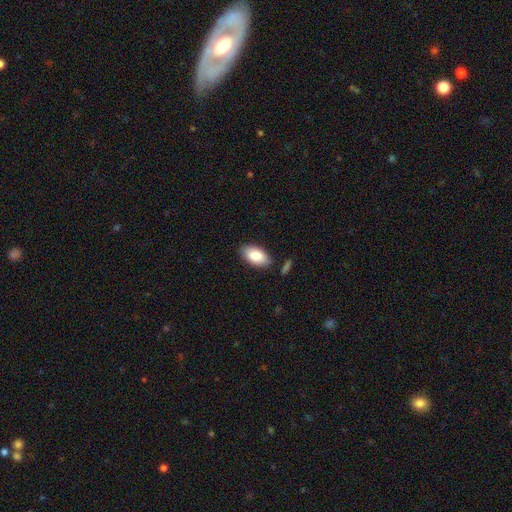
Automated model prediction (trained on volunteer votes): Smooth or featured?
  - smooth: 85% *
  - featured or disk: 9%
  - star or artifact: 6%
How rounded?
  - in between: 95% *
  - round: 3%
  - cigar-shaped: 2%
Merging?
  - none: 82% *
  - minor disturbance: 12%
  - merger: 3%
  - major disturbance: 3%